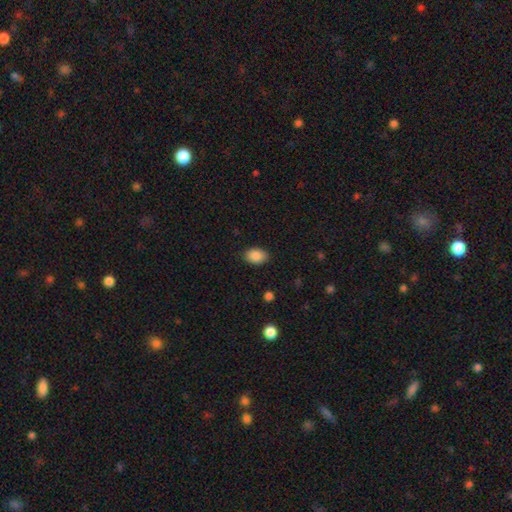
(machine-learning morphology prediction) Smooth or featured?
  - smooth: 88% *
  - star or artifact: 8%
  - featured or disk: 4%
How rounded?
  - in between: 84% *
  - round: 15%
  - cigar-shaped: 1%
Merging?
  - none: 86% *
  - minor disturbance: 11%
  - major disturbance: 3%
  - merger: 1%